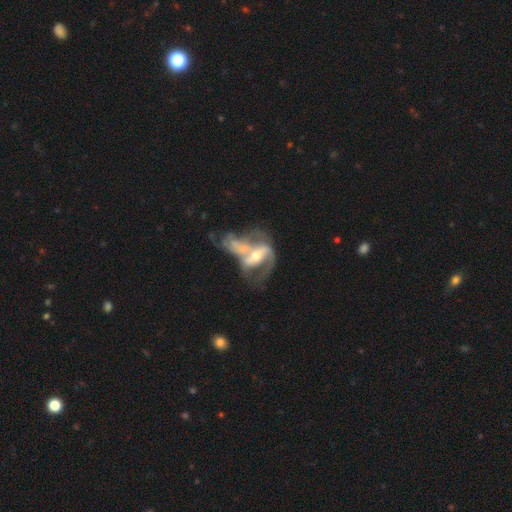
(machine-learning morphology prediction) A featured or disk galaxy (78%) with a strong bar (40%), 2 (67%) loose (47%) spiral arms (78%) and a moderate central bulge (55%). Merging: merger (57%).